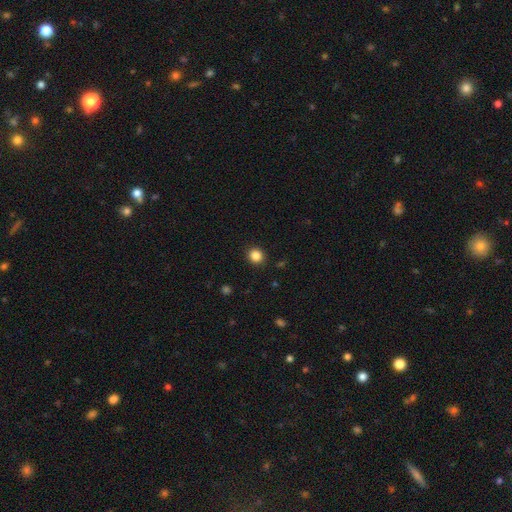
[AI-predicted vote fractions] Smooth or featured? smooth (85%)
How rounded? round (84%)
Merging? none (91%)